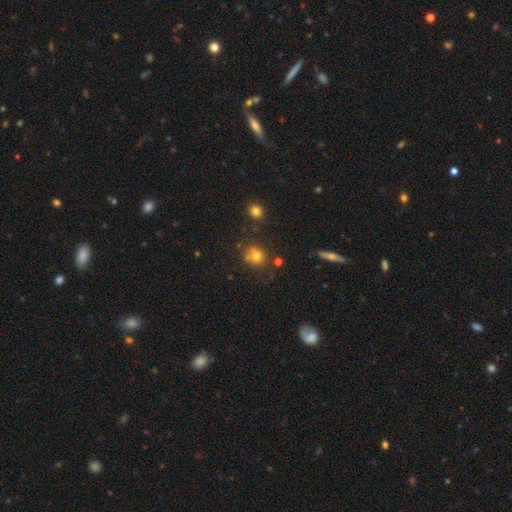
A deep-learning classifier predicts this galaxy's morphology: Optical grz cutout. It shows a smooth galaxy with no disk features (75%) that is round (79%). Merging: none (64%).